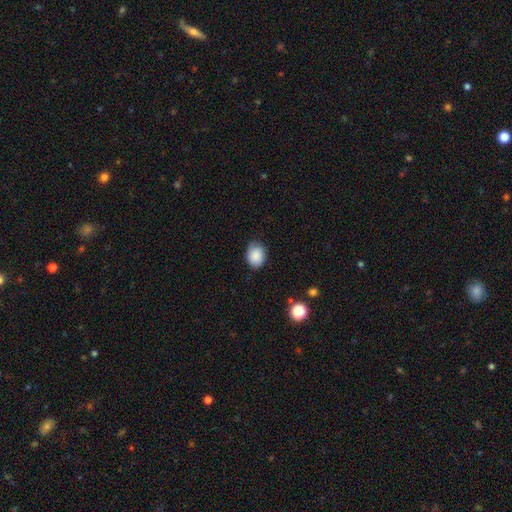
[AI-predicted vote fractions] smooth 86%, star or artifact 8%, featured or disk 6%. Down the decision tree: how rounded — in between (56%); merging — none (74%).